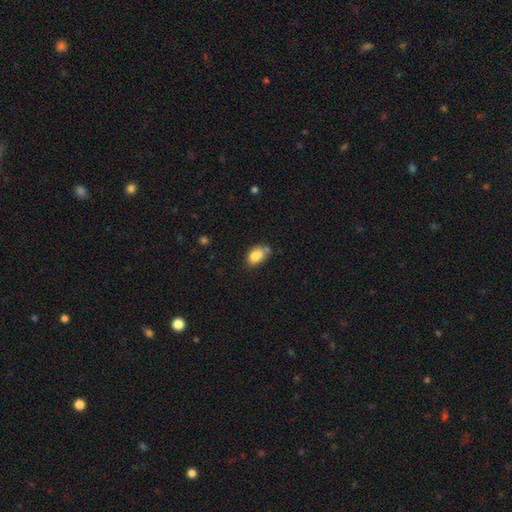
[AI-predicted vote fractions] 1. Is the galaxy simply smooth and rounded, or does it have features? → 83% smooth, 9% featured or disk, 8% star or artifact.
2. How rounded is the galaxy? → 82% in between, 17% round, 1% cigar-shaped.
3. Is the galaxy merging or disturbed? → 54% none, 26% minor disturbance, 14% merger, 6% major disturbance.